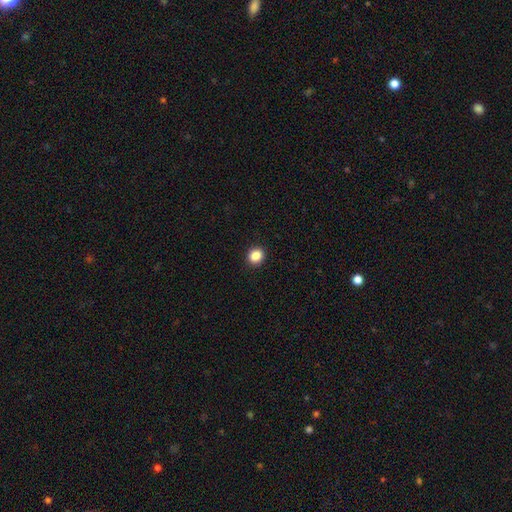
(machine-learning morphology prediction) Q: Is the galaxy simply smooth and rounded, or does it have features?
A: smooth — 87%.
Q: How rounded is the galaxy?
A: round — 79%.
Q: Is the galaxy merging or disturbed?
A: none — 92%.